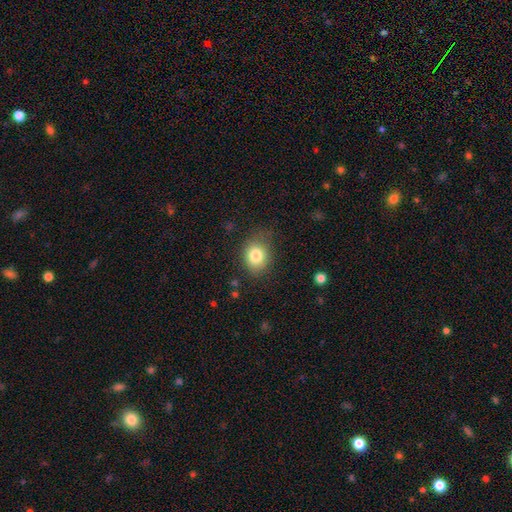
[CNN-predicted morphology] A smooth galaxy with no disk features (81%) that is round (52%).

Vote fractions:
- Smooth or featured? smooth: 81% / star or artifact: 10% / featured or disk: 8%
- How rounded? round: 52% / in between: 47% / cigar-shaped: 1%
- Merging? none: 73% / minor disturbance: 20% / major disturbance: 6% / merger: 2%